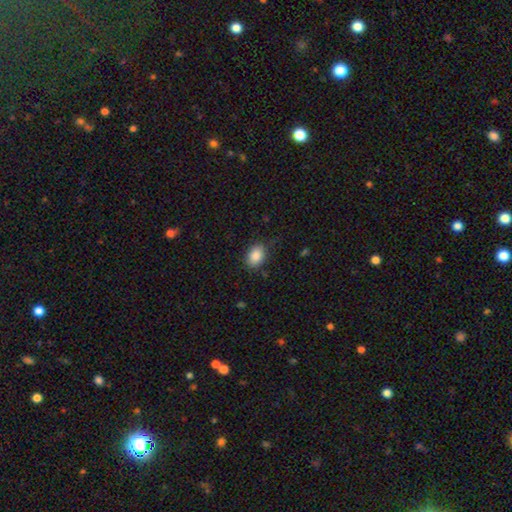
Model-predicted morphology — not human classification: smooth-or-featured: smooth: 87% | star or artifact: 8% | featured or disk: 5%
  how-rounded: in between: 80% | round: 18% | cigar-shaped: 1%
  merging: none: 80% | minor disturbance: 15% | major disturbance: 4% | merger: 1%